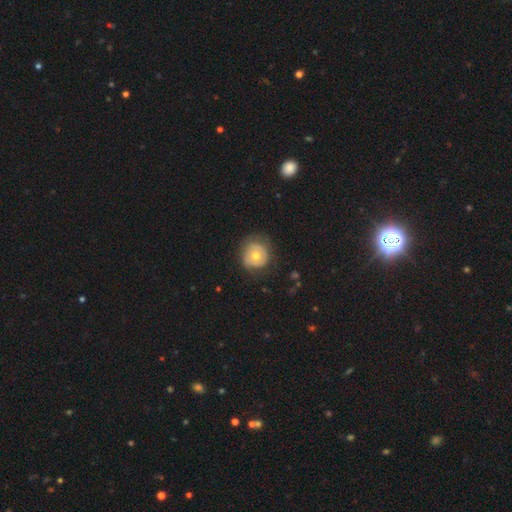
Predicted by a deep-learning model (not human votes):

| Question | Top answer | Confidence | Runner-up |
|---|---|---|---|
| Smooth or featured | smooth | 51% | featured or disk (41%) |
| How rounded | round | 87% | in between (12%) |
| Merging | none | 69% | minor disturbance (21%) |